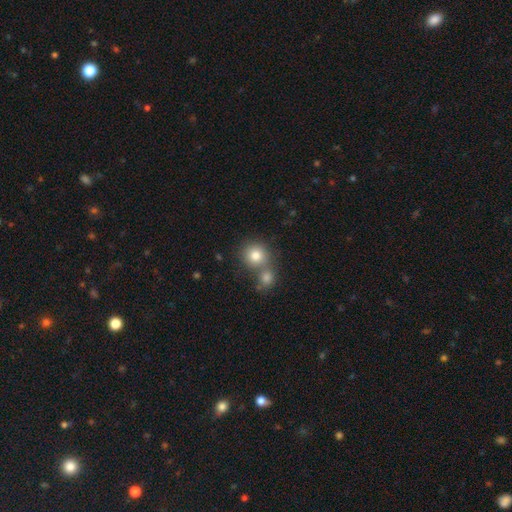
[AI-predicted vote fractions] Smooth or featured? Predicted: smooth (p=0.80). How rounded? Predicted: round (p=0.88). Merging? Predicted: none (p=0.50).